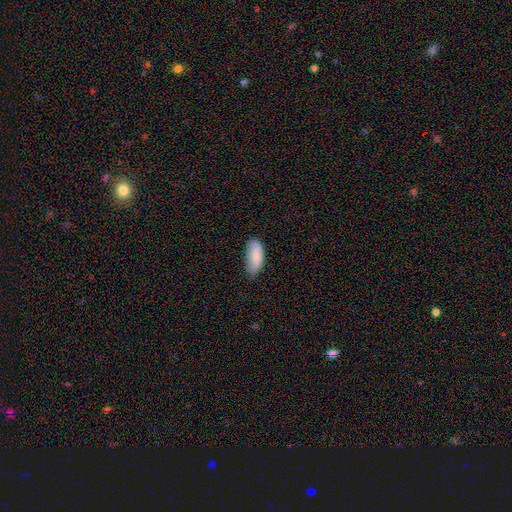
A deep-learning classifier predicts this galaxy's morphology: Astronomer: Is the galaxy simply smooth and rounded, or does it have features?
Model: smooth — 83%.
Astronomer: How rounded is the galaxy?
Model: in between — 90%.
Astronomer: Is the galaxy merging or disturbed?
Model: none — 59%.